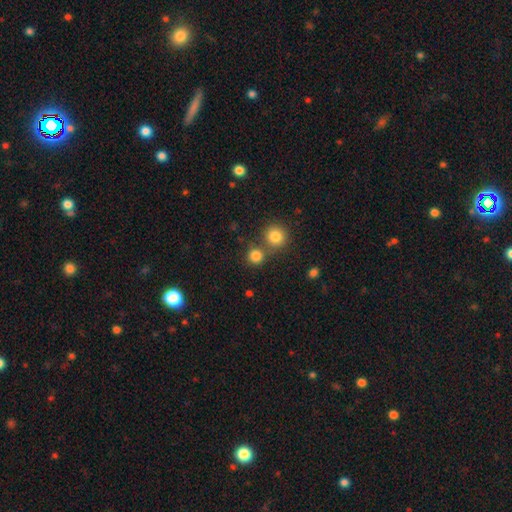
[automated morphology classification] type=smooth (82%); roundness=round (90%); merging=none (65%).